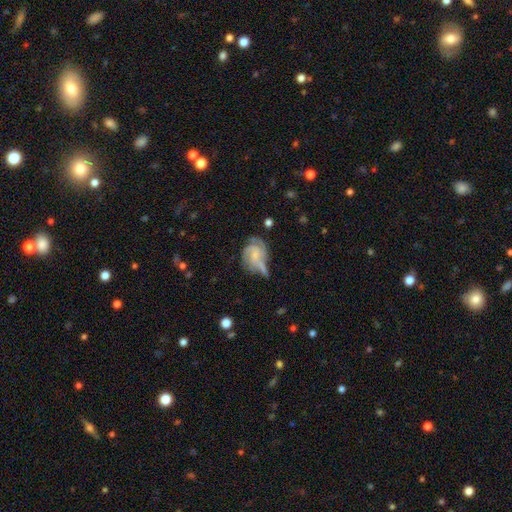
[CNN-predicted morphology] The model was most divided on "spiral winding": tight: 42%, medium: 41%, loose: 17%. Remaining: edge-on disk — no (97%); spiral arms — yes (87%); smooth or featured — featured or disk (70%); bar — no (65%); bulge size — small (47%); merging — none (38%); spiral arm count — 3 (31%).